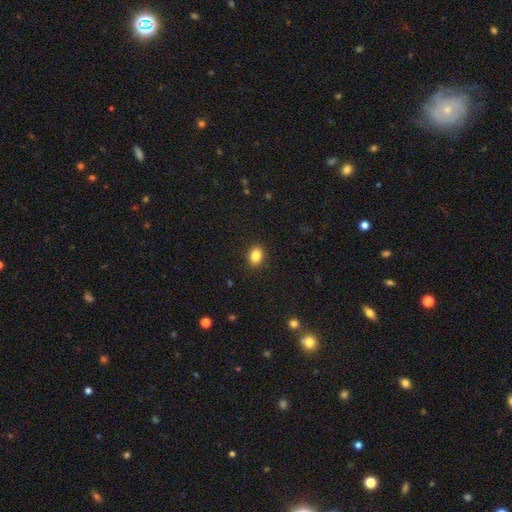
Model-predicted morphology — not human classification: A smooth galaxy with no disk features (85%) that is in between round and cigar-shaped (58%).

Vote fractions:
- Smooth or featured? smooth: 85% / star or artifact: 10% / featured or disk: 5%
- How rounded? in between: 58% / round: 41% / cigar-shaped: 1%
- Merging? none: 90% / minor disturbance: 7% / major disturbance: 2% / merger: 1%